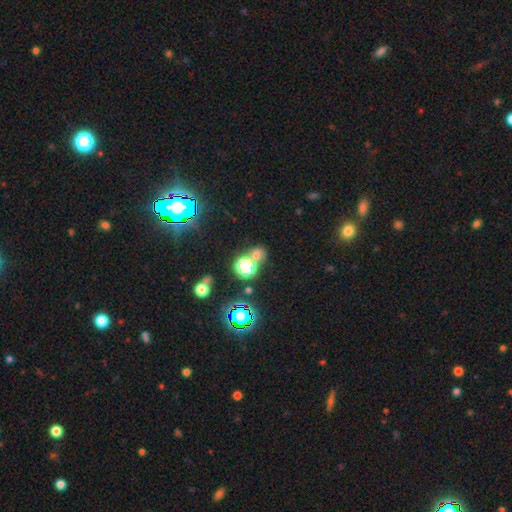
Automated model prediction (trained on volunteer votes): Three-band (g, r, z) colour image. It shows a smooth galaxy with no disk features (48%). Merging: none (57%).